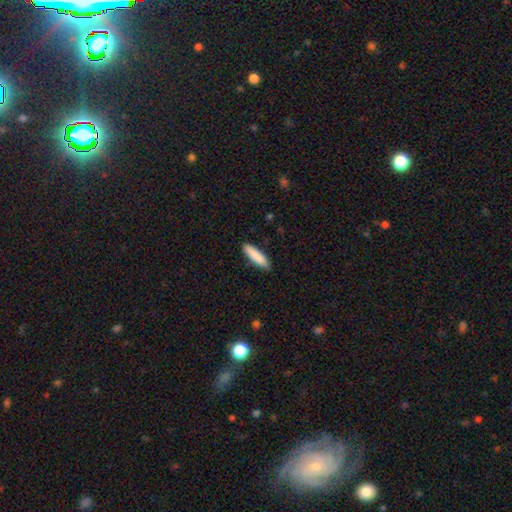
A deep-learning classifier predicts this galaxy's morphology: smooth 88%, featured or disk 6%, star or artifact 5%. Down the decision tree: how rounded — cigar-shaped (69%); merging — none (89%).